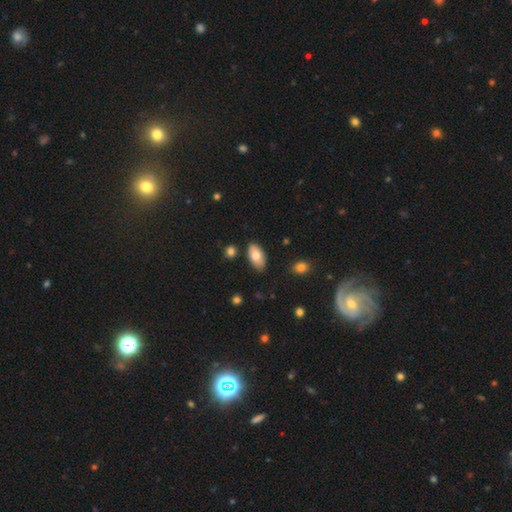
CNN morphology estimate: A smooth galaxy with no disk features (75%) that is in between round and cigar-shaped (94%).

Vote fractions:
- Smooth or featured? smooth: 75% / featured or disk: 19% / star or artifact: 7%
- How rounded? in between: 94% / cigar-shaped: 3% / round: 3%
- Merging? none: 81% / minor disturbance: 14% / merger: 3% / major disturbance: 2%